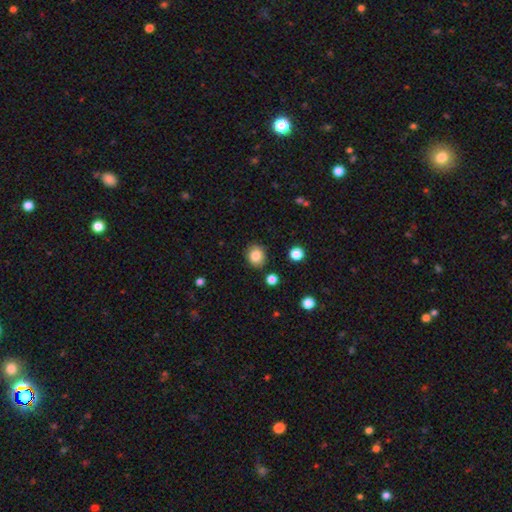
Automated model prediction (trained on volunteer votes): Overall: smooth (84%). How rounded: round (71%). Merging: none (85%).